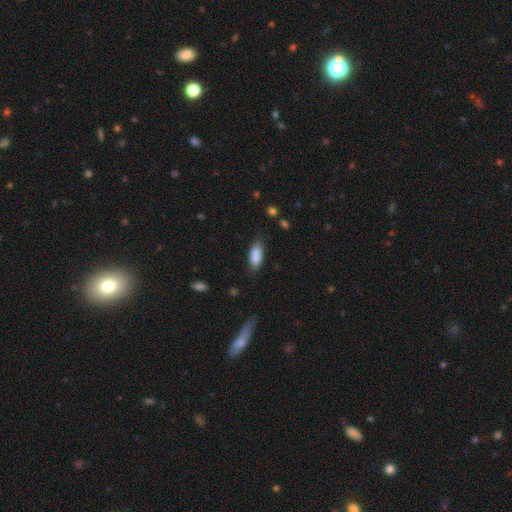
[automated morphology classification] type=smooth (86%); roundness=in between (80%); merging=none (71%).